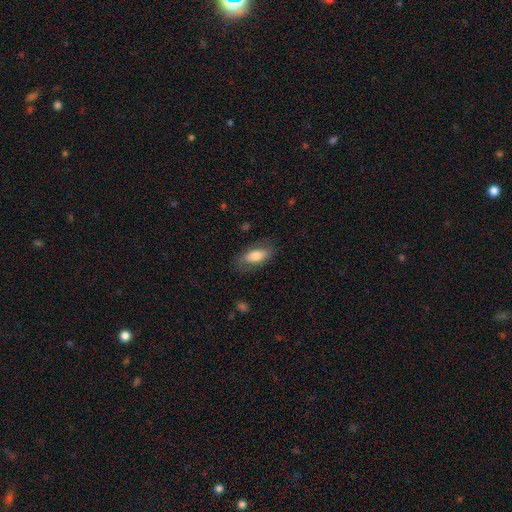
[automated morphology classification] Smooth or featured: smooth — 72% (featured or disk — 21%)
How rounded: in between — 86% (cigar-shaped — 10%)
Merging: none — 75% (minor disturbance — 17%)